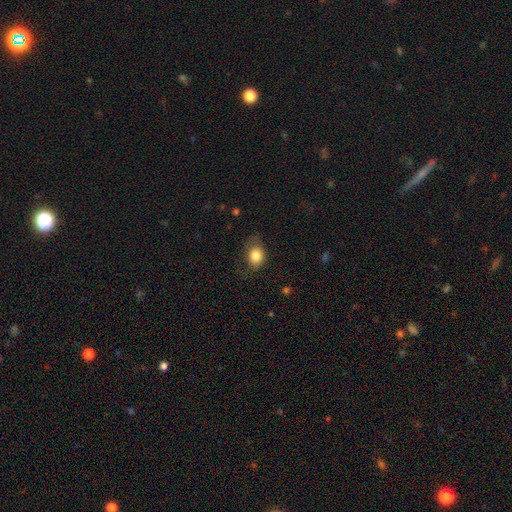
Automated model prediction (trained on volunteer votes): Q: Smooth or featured?
A: smooth (82%); runner-up: featured or disk (10%)
Q: How rounded?
A: in between (65%); runner-up: round (34%)
Q: Merging?
A: none (62%); runner-up: minor disturbance (24%)